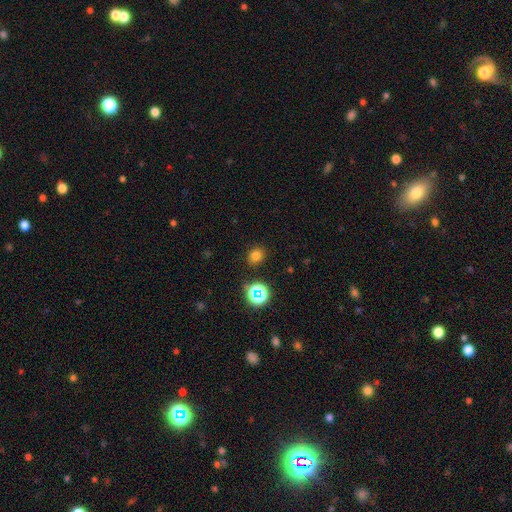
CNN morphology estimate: smooth_or_featured: smooth (p=0.75) [alt: star or artifact p=0.19]
how_rounded: round (p=0.71) [alt: in between p=0.28]
merging: none (p=0.87) [alt: minor disturbance p=0.08]